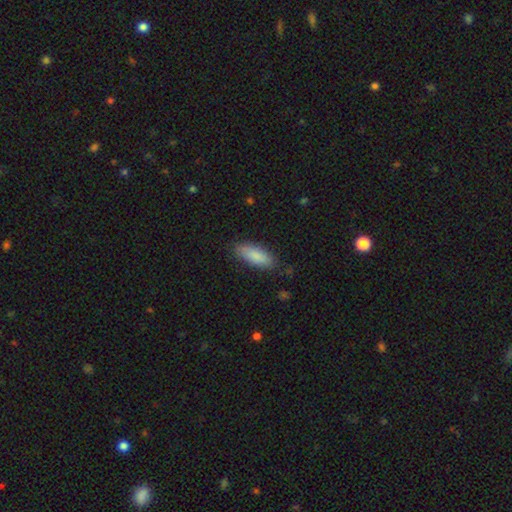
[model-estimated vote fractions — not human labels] Smooth or featured: smooth — 86% (featured or disk — 8%)
How rounded: in between — 73% (cigar-shaped — 25%)
Merging: none — 83% (minor disturbance — 13%)